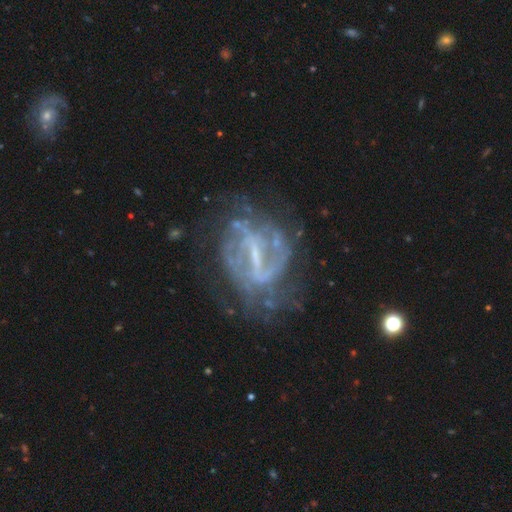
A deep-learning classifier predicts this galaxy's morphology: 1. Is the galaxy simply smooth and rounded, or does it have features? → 84% featured or disk, 9% star or artifact, 7% smooth.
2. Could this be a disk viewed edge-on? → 97% no, 3% yes.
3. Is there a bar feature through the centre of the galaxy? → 52% strong, 37% weak, 12% no.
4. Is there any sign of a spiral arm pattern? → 78% yes, 22% no.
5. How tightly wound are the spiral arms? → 40% medium, 36% tight, 24% loose.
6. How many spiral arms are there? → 39% can't tell, 37% 2, 10% 3, 5% 1, 5% 4, 4% more than 4.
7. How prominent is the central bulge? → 47% small, 33% none, 18% moderate, 2% large, 1% dominant.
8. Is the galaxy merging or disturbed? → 55% none, 23% major disturbance, 19% minor disturbance, 3% merger.